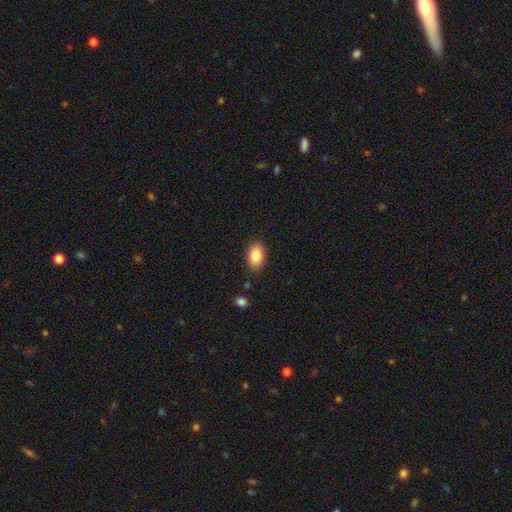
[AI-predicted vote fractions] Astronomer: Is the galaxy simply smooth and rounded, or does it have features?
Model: smooth — 85%.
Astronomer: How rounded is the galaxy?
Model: in between — 89%.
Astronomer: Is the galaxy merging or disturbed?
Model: none — 85%.